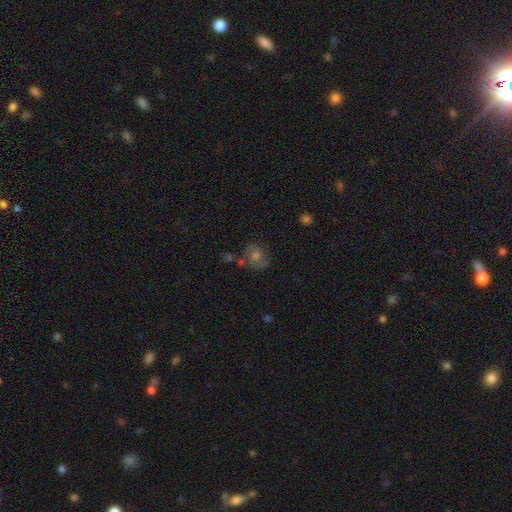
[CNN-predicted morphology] This is marginally a smooth galaxy (43%). Merging: likely none (66%).